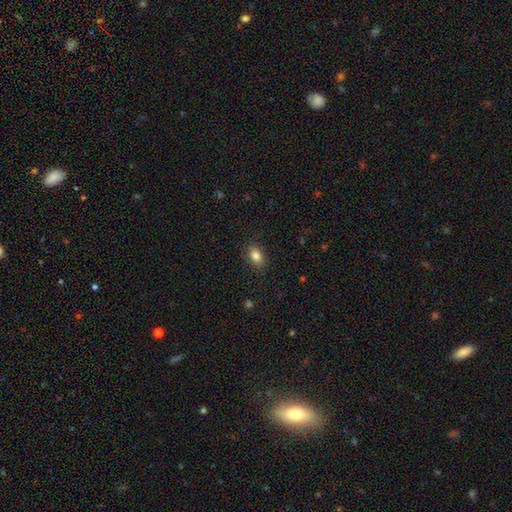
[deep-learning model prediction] This is clearly a smooth galaxy (84%). How rounded: clearly in between (81%). Merging: clearly none (86%).